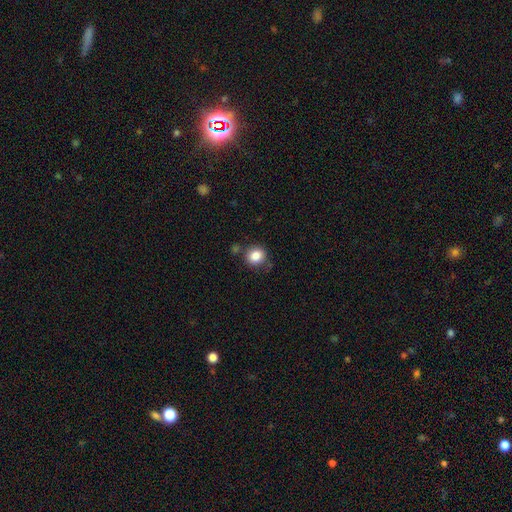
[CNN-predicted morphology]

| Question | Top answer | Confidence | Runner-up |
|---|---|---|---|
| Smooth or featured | smooth | 85% | star or artifact (10%) |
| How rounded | round | 83% | in between (16%) |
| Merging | none | 77% | minor disturbance (13%) |